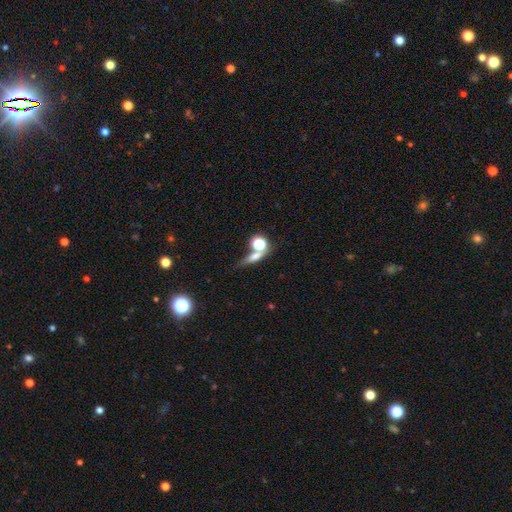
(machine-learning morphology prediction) The model was most divided on "how rounded": cigar-shaped: 38%, round: 31%, in between: 30%. More confident: smooth or featured — smooth (57%); merging — none (51%).